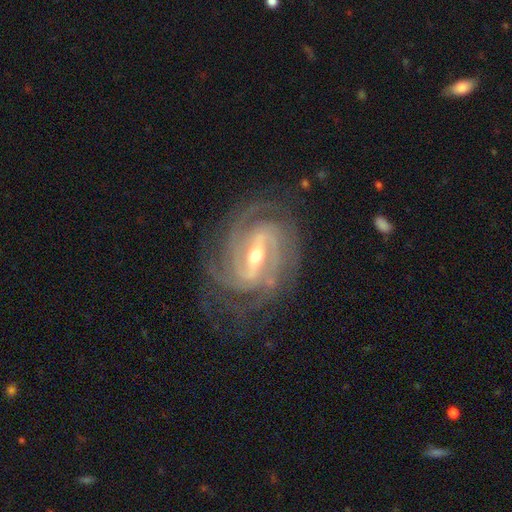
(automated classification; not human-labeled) Morphology: type=featured or disk (93%); edge-on=no (96%); bar=strong (61%); spiral arms=yes (98%); winding=tight (68%); arm count=3 (29%); bulge=moderate (54%); merging=none (78%).